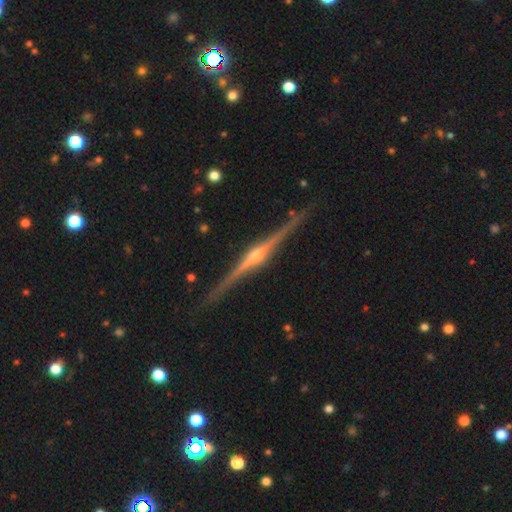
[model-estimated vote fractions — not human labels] Overall: featured or disk (90%). Edge-on disk: yes (98%). Edge-on bulge: rounded (91%). Merging: none (88%).